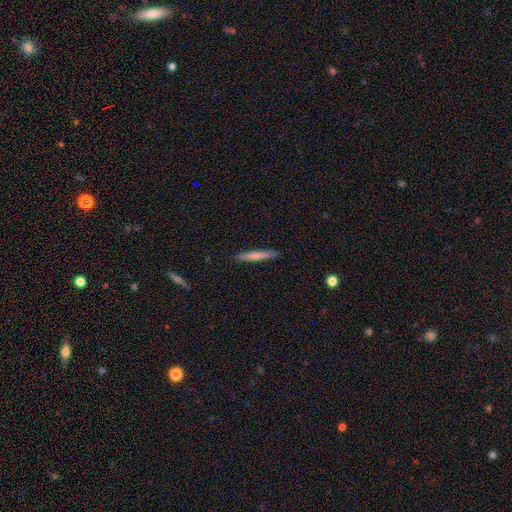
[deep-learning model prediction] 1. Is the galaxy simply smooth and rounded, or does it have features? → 68% smooth, 26% featured or disk, 6% star or artifact.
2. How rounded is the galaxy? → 95% cigar-shaped, 3% in between, 1% round.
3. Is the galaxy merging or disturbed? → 90% none, 7% minor disturbance, 1% major disturbance, 1% merger.